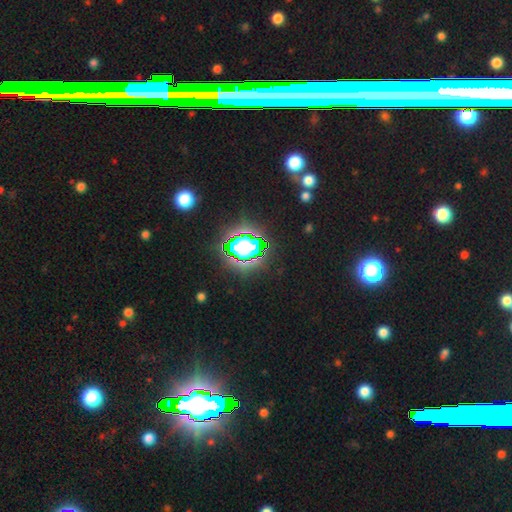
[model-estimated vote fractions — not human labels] smooth_or_featured: star or artifact (p=0.68) [alt: smooth p=0.20]